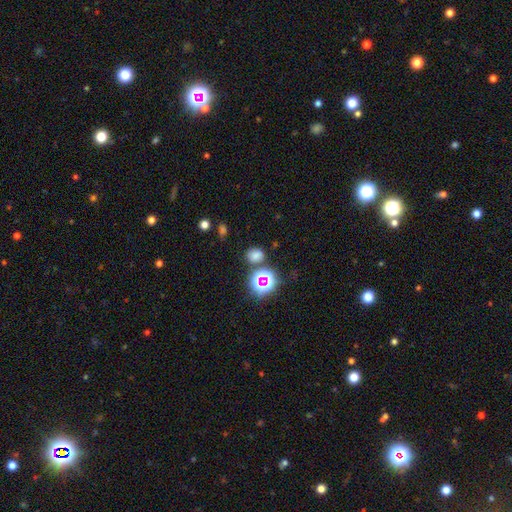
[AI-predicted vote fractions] Smooth or featured? smooth (67%)
How rounded? round (54%)
Merging? none (75%)